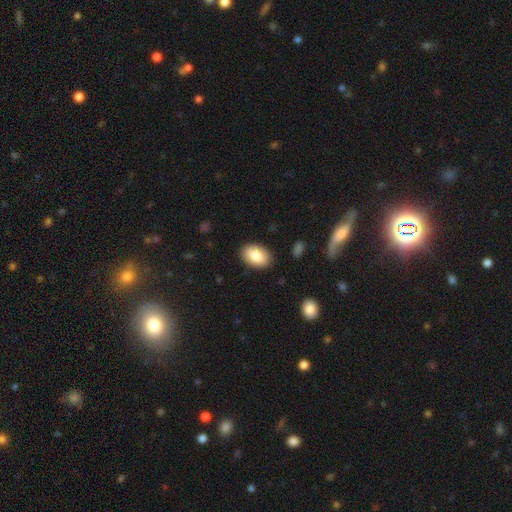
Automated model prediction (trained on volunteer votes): Smooth or featured: smooth — 84% (featured or disk — 10%)
How rounded: in between — 89% (round — 10%)
Merging: none — 88% (minor disturbance — 9%)